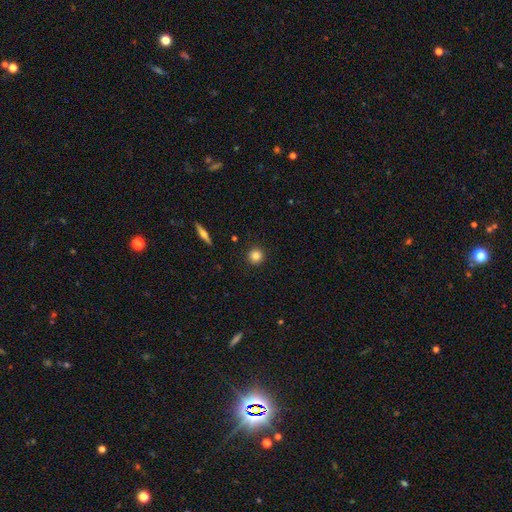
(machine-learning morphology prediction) Smooth or featured? Predicted: smooth (p=0.83). How rounded? Predicted: round (p=0.94). Merging? Predicted: none (p=0.92).